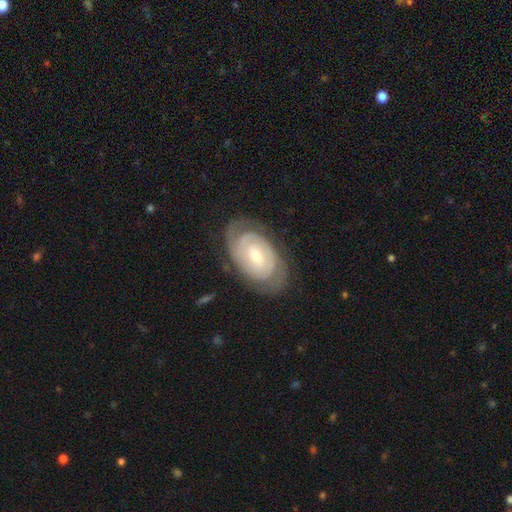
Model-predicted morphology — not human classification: smooth_or_featured: featured or disk (p=0.85) [alt: smooth p=0.10]
disk_edge_on: no (p=0.96) [alt: yes p=0.04]
bar: weak (p=0.49) [alt: no p=0.34]
has_spiral_arms: yes (p=0.95) [alt: no p=0.05]
spiral_winding: tight (p=0.76) [alt: medium p=0.20]
spiral_arm_count: 2 (p=0.67) [alt: can't tell p=0.18]
bulge_size: moderate (p=0.52) [alt: small p=0.39]
merging: none (p=0.78) [alt: minor disturbance p=0.15]